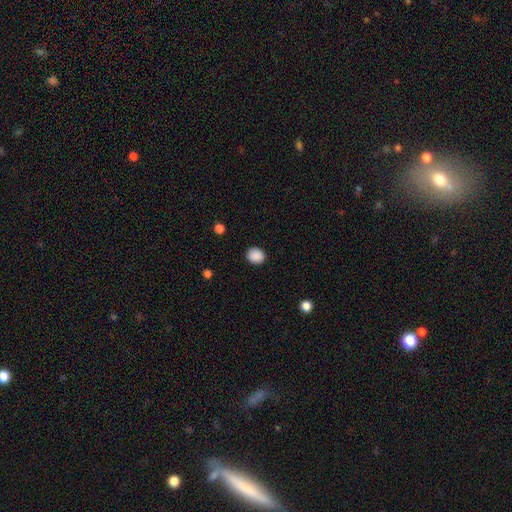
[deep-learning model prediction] Smooth or featured? smooth (89%)
How rounded? round (71%)
Merging? none (90%)